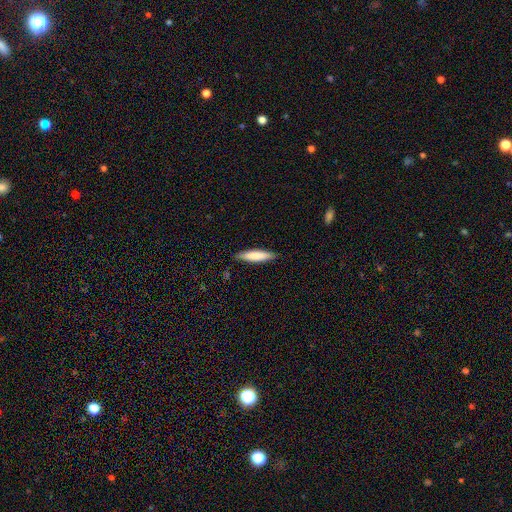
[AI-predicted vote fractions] Smooth or featured: smooth — 79% (featured or disk — 15%)
How rounded: cigar-shaped — 80% (in between — 19%)
Merging: none — 87% (minor disturbance — 11%)